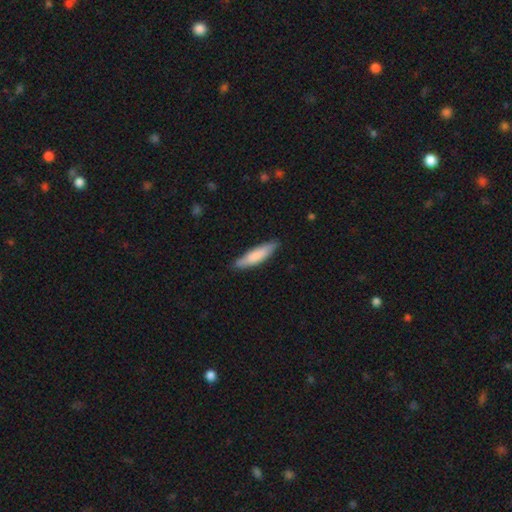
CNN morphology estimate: A smooth galaxy with no disk features (80%) that is cigar-shaped (71%). Merging: none (83%).